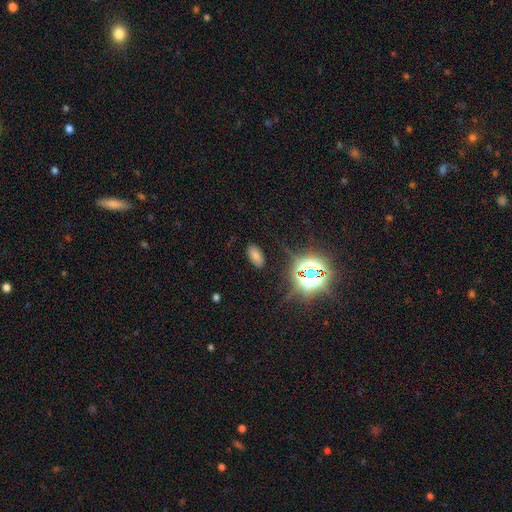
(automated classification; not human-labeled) smooth-or-featured: smooth: 65% | star or artifact: 27% | featured or disk: 8%
  how-rounded: in between: 93% | round: 4% | cigar-shaped: 3%
  merging: none: 84% | minor disturbance: 10% | major disturbance: 4% | merger: 2%